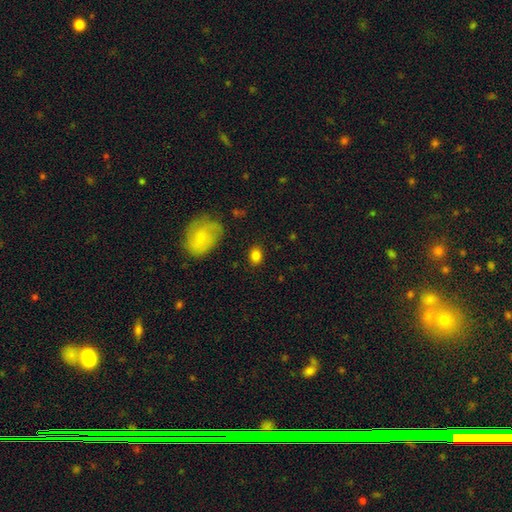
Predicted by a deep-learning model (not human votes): A smooth galaxy with no disk features (84%) that is in between round and cigar-shaped (63%). Merging: none (85%).